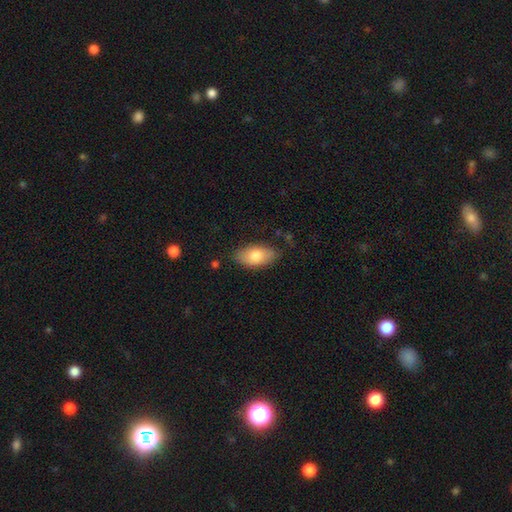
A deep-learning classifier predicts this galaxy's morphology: smooth_or_featured: smooth (p=0.79) [alt: featured or disk p=0.15]
how_rounded: in between (p=0.92) [alt: round p=0.04]
merging: none (p=0.80) [alt: minor disturbance p=0.15]